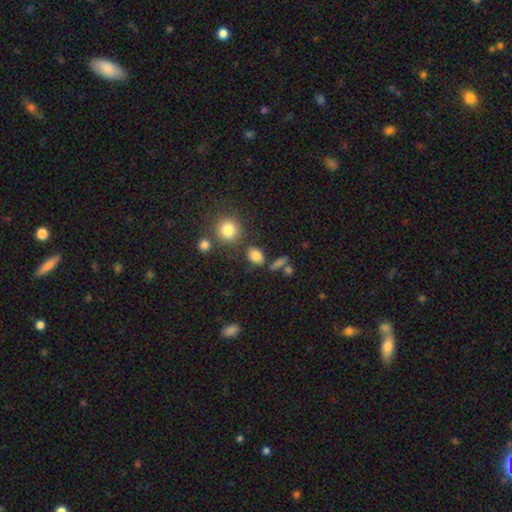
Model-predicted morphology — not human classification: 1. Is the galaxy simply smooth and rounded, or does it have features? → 82% smooth, 11% star or artifact, 6% featured or disk.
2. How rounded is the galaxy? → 64% in between, 32% round, 4% cigar-shaped.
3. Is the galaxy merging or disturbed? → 72% none, 13% minor disturbance, 10% merger, 5% major disturbance.